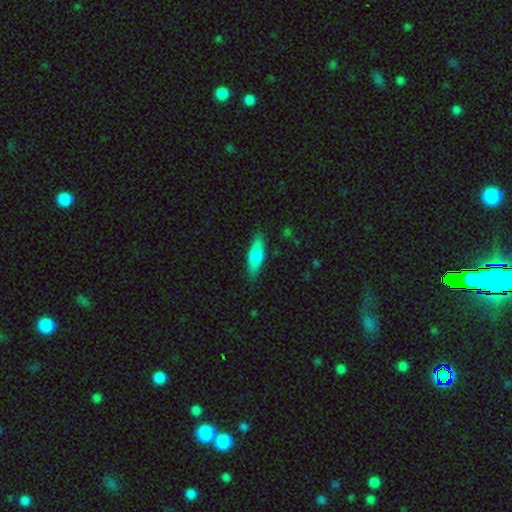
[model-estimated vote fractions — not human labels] This appears to be a smooth galaxy with no disk features (70%) that is cigar-shaped (51%). Merging: none (85%).